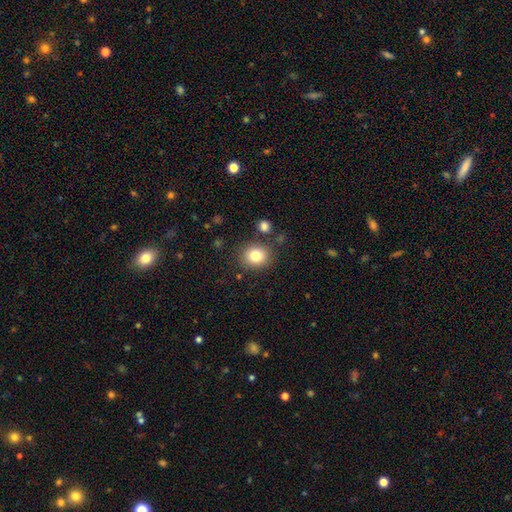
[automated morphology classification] Overall: smooth (81%). How rounded: round (74%). Merging: none (82%).